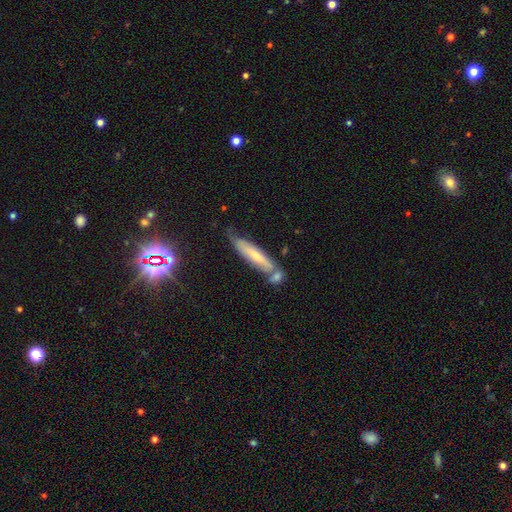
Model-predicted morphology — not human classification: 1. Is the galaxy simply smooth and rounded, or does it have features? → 50% smooth, 42% featured or disk, 8% star or artifact.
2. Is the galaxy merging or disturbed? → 51% none, 22% merger, 21% minor disturbance, 6% major disturbance.